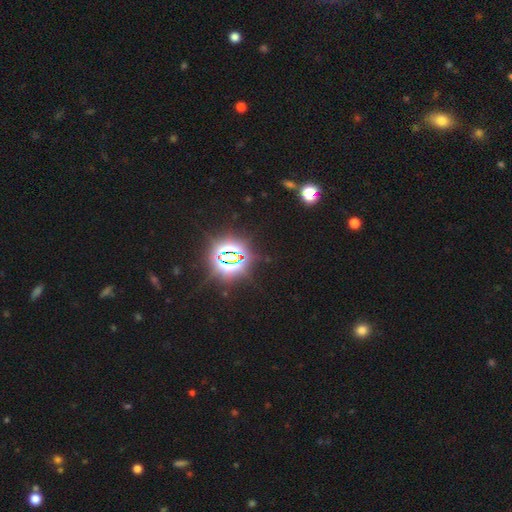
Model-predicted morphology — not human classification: A star or artifact, not a galaxy (83%).

Vote fractions:
- Smooth or featured? star or artifact: 83% / smooth: 11% / featured or disk: 5%